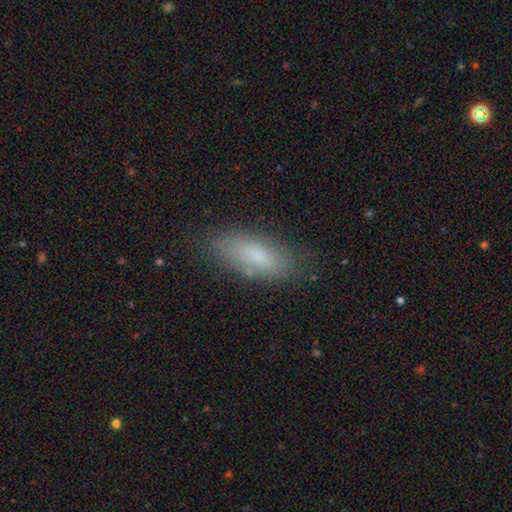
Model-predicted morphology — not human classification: type=smooth (77%); roundness=in between (73%); merging=none (78%).